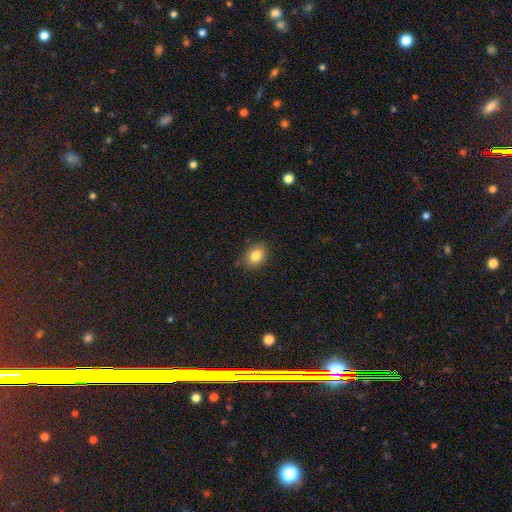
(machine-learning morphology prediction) A smooth galaxy with no disk features (84%) that is in between round and cigar-shaped (56%). Merging: none (82%).